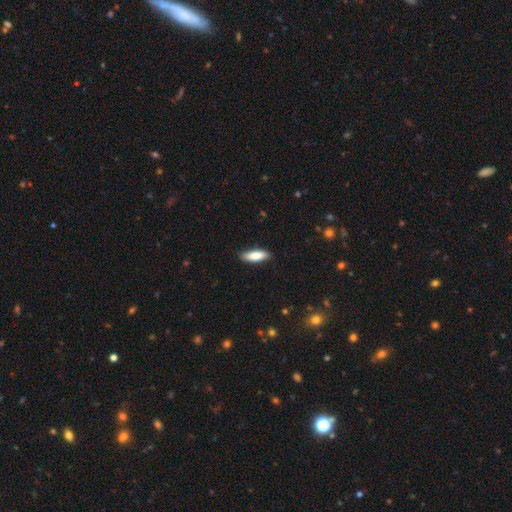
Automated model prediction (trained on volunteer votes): Smooth or featured? smooth (82%)
How rounded? in between (54%)
Merging? none (86%)